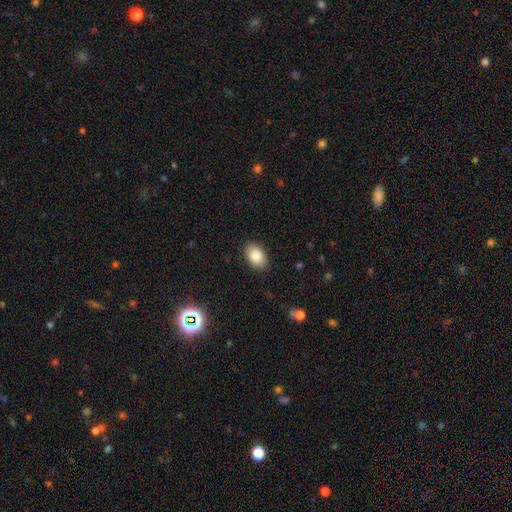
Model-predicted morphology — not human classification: This appears to be a smooth galaxy with no disk features (86%) that is in between round and cigar-shaped (88%). Merging: none (88%).